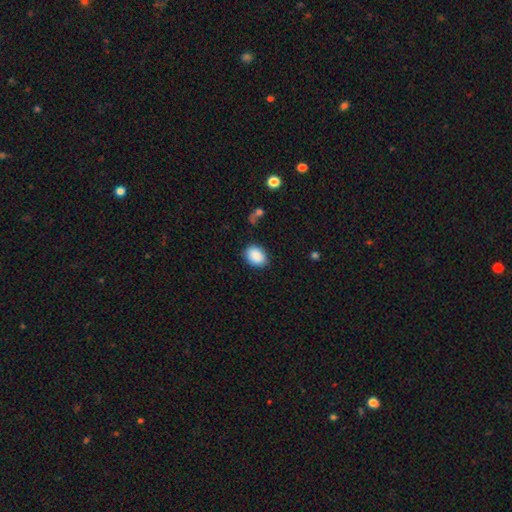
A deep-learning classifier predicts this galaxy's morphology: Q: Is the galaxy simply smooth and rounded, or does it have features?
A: smooth — 90%.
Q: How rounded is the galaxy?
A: in between — 73%.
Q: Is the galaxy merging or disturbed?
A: none — 84%.